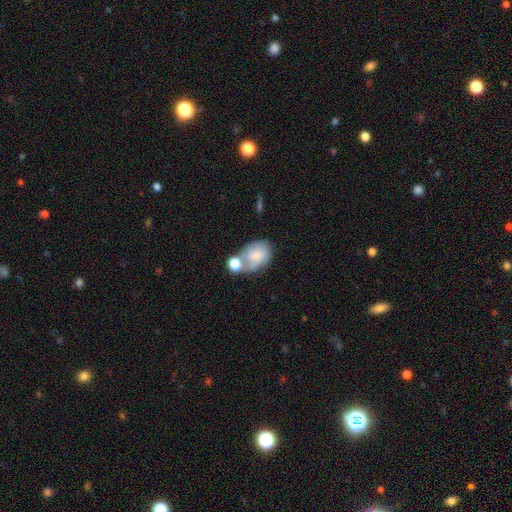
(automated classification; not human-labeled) smooth 65%, featured or disk 26%, star or artifact 8%. Down the decision tree: how rounded — in between (74%); merging — merger (35%).